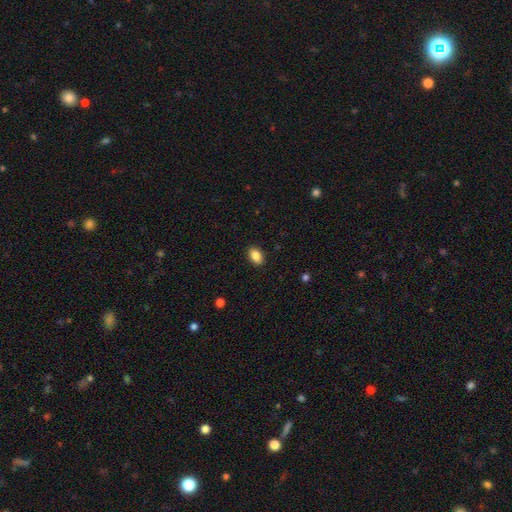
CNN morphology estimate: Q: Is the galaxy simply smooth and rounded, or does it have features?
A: smooth — 87%.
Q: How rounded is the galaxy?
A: in between — 86%.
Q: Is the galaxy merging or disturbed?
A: none — 89%.